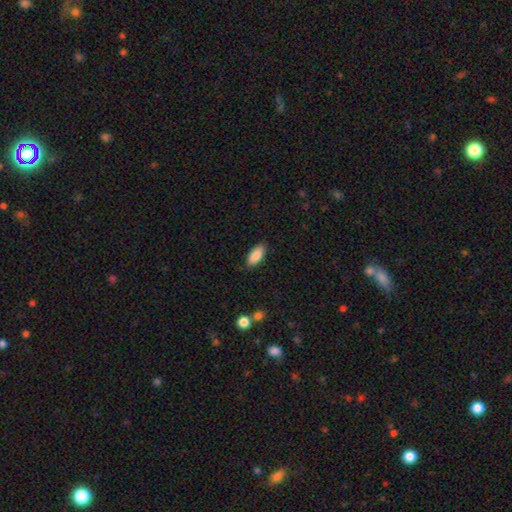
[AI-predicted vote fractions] smooth_or_featured: smooth (p=0.88) [alt: star or artifact p=0.07]
how_rounded: in between (p=0.88) [alt: cigar-shaped p=0.10]
merging: none (p=0.85) [alt: minor disturbance p=0.11]